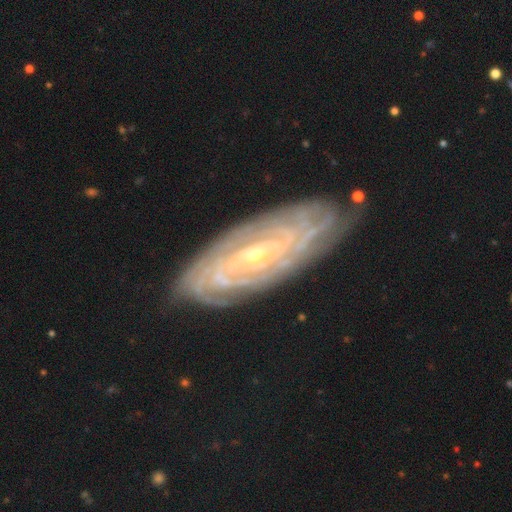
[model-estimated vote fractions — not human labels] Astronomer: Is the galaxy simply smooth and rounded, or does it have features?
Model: featured or disk — 89%.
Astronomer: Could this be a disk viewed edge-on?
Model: no — 90%.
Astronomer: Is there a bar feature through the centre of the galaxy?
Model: no — 53% (runner-up: weak, 31%).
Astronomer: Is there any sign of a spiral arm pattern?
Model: yes — 97%.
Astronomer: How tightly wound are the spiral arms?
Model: tight — 81%.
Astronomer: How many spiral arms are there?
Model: can't tell — 33% (runner-up: 4, 19%).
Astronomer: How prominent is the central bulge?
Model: small — 71%.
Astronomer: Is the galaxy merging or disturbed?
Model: none — 80%.